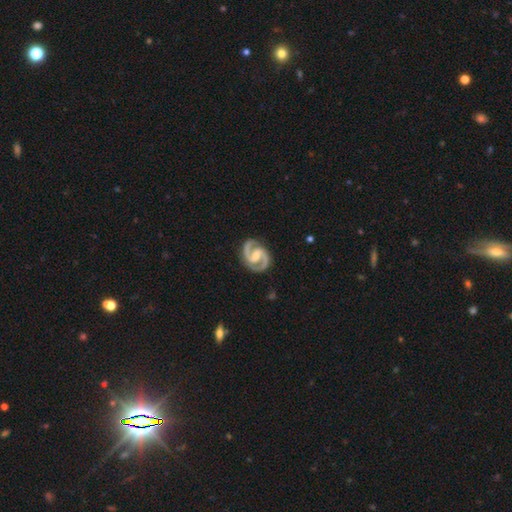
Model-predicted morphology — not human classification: Smooth or featured? Predicted: featured or disk (p=0.94). Edge-on disk? Predicted: no (p=0.98). Bar? Predicted: weak (p=0.47). Spiral arms? Predicted: yes (p=0.99). Spiral winding? Predicted: medium (p=0.61). Spiral arm count? Predicted: 2 (p=0.95). Bulge size? Predicted: moderate (p=0.43). Merging? Predicted: none (p=0.86).